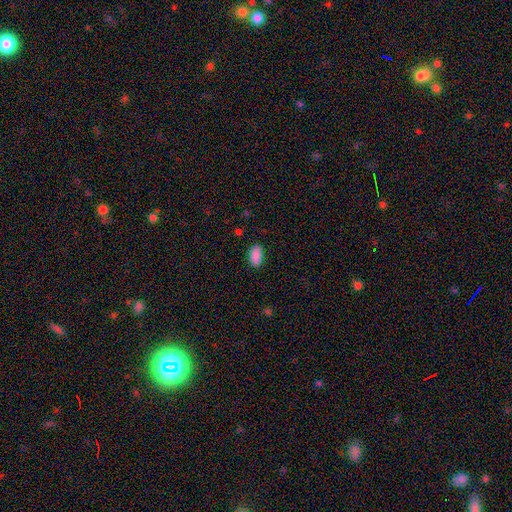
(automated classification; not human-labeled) Smooth or featured? Predicted: smooth (p=0.89). How rounded? Predicted: in between (p=0.94). Merging? Predicted: none (p=0.87).